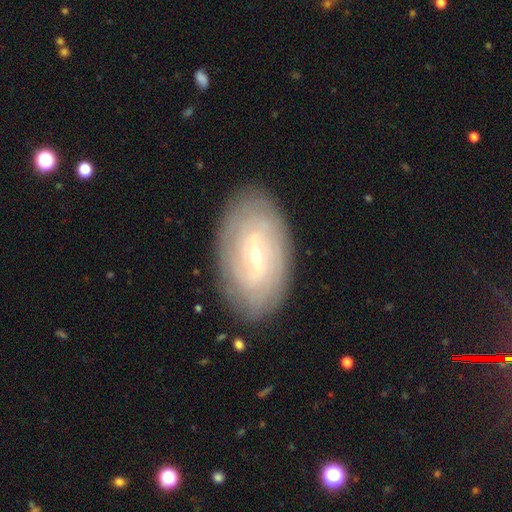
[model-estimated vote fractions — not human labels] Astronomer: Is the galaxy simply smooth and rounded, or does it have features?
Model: featured or disk — 75%.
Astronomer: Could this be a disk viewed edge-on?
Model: no — 93%.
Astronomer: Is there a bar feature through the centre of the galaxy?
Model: weak — 50% (runner-up: strong, 26%).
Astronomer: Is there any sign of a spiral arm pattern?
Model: yes — 80%.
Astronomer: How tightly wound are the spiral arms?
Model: tight — 69%.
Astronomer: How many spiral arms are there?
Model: can't tell — 54%.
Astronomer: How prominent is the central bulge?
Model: small — 73%.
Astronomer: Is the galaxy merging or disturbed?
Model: none — 85%.